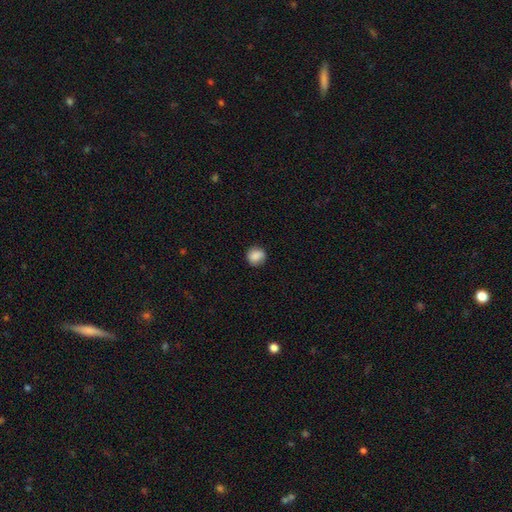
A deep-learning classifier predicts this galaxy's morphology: This appears to be a smooth galaxy with no disk features (86%) that is round (86%). Merging: none (82%).